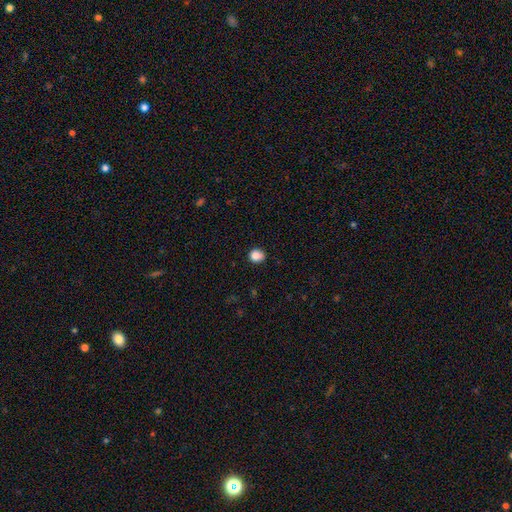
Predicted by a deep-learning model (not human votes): Smooth or featured? smooth (86%)
How rounded? round (77%)
Merging? none (87%)